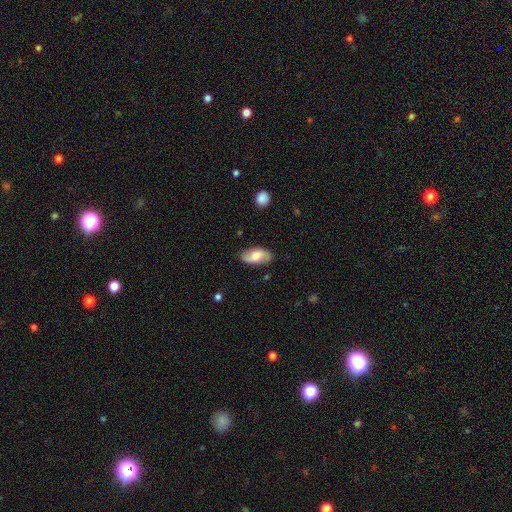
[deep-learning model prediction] This is possibly a smooth galaxy (53%). How rounded: clearly in between (93%). Merging: clearly none (81%).